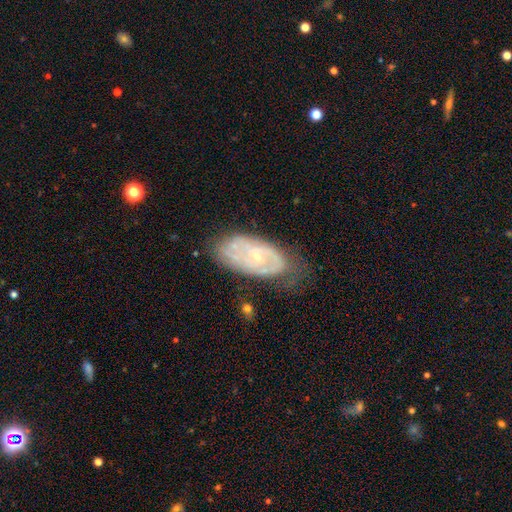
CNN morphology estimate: Smooth or featured? featured or disk (73%)
Edge-on disk? no (94%)
Bar? no (65%)
Spiral arms? yes (73%)
Bulge size? small (75%)
Merging? none (54%)